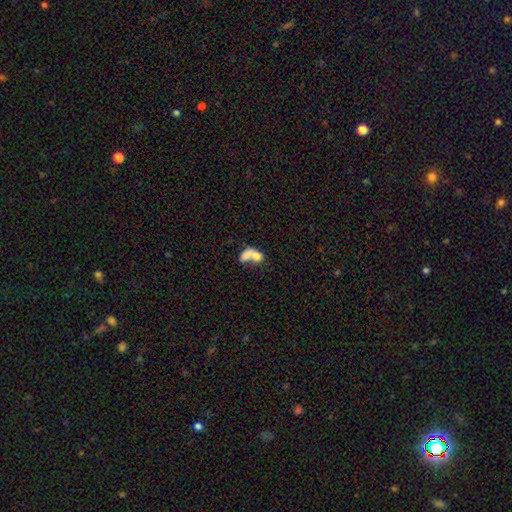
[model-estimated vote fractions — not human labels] Smooth or featured: smooth — 72% (featured or disk — 19%)
How rounded: in between — 73% (round — 23%)
Merging: merger — 69% (none — 16%)